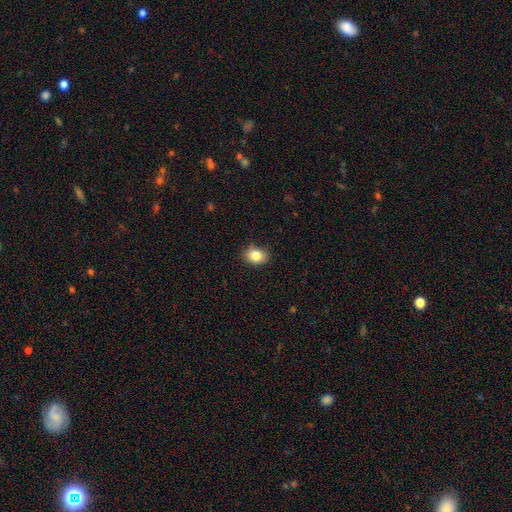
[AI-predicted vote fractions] smooth-or-featured: smooth: 83% | star or artifact: 10% | featured or disk: 7%
  how-rounded: in between: 59% | round: 40% | cigar-shaped: 1%
  merging: none: 83% | minor disturbance: 14% | major disturbance: 2% | merger: 1%